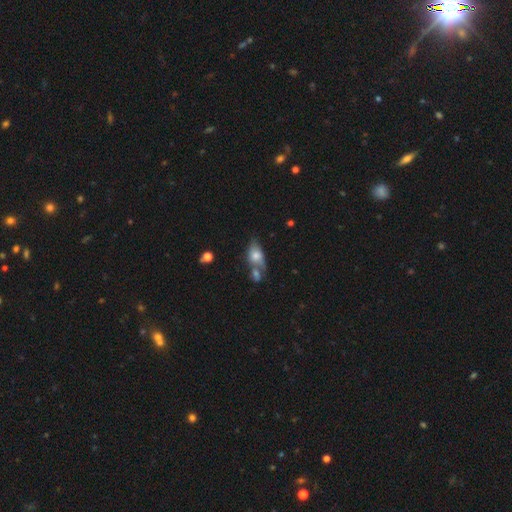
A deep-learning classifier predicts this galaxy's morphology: A smooth galaxy with no disk features (64%) that is in between round and cigar-shaped (81%).

Vote fractions:
- Smooth or featured? smooth: 64% / featured or disk: 26% / star or artifact: 10%
- How rounded? in between: 81% / round: 12% / cigar-shaped: 7%
- Merging? merger: 41% / none: 31% / minor disturbance: 17% / major disturbance: 10%